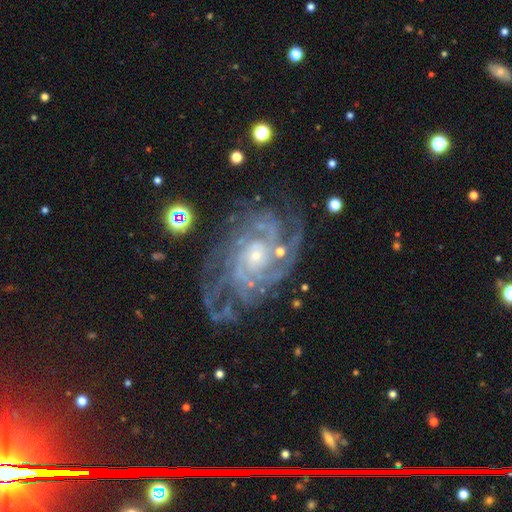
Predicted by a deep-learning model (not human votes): Q: Smooth or featured?
A: featured or disk (90%); runner-up: star or artifact (6%)
Q: Edge-on disk?
A: no (97%); runner-up: yes (3%)
Q: Bar?
A: no (73%); runner-up: weak (20%)
Q: Spiral arms?
A: yes (98%); runner-up: no (2%)
Q: Spiral winding?
A: tight (68%); runner-up: medium (28%)
Q: Spiral arm count?
A: can't tell (21%); tied with: 4 (21%)
Q: Bulge size?
A: small (75%); runner-up: moderate (19%)
Q: Merging?
A: none (70%); runner-up: minor disturbance (18%)